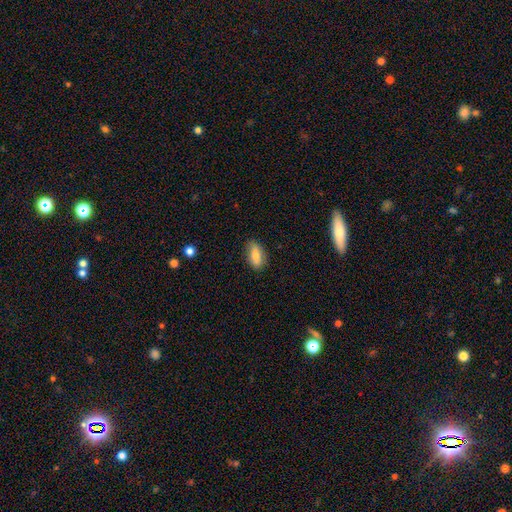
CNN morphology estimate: Smooth or featured? smooth (75%)
How rounded? in between (85%)
Merging? none (81%)